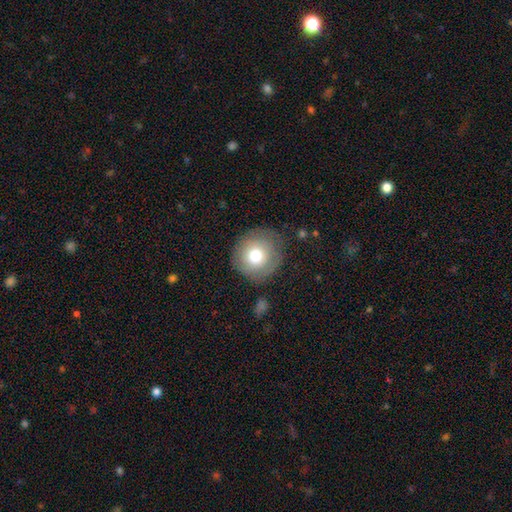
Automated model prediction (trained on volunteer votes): This is likely a smooth galaxy (73%). How rounded: clearly round (91%). Merging: likely none (77%).